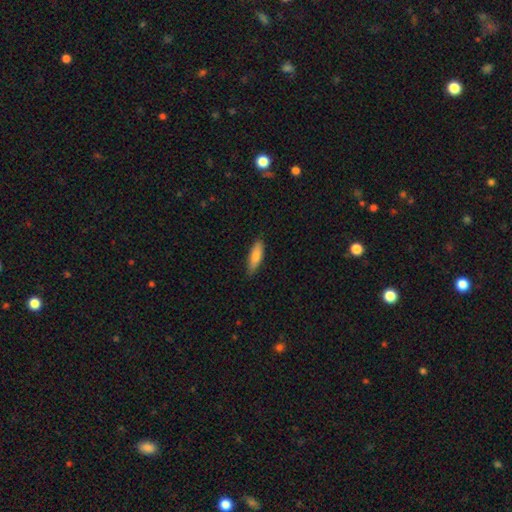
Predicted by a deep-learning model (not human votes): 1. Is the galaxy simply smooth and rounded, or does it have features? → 75% smooth, 19% featured or disk, 6% star or artifact.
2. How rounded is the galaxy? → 55% cigar-shaped, 43% in between, 2% round.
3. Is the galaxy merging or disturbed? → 86% none, 11% minor disturbance, 2% major disturbance, 1% merger.